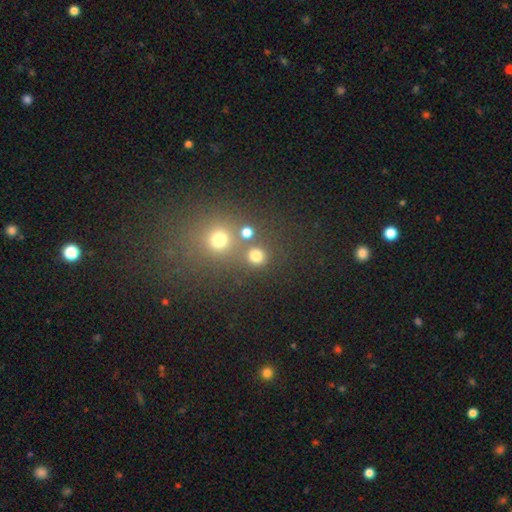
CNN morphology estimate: Q: Smooth or featured?
A: smooth (76%); runner-up: star or artifact (18%)
Q: How rounded?
A: round (90%); runner-up: in between (9%)
Q: Merging?
A: none (69%); runner-up: merger (20%)